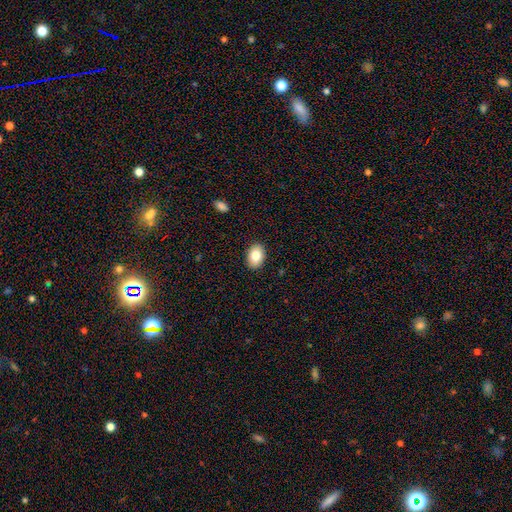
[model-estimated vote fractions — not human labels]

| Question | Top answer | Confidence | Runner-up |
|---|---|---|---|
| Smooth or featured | smooth | 82% | featured or disk (10%) |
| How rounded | in between | 82% | round (17%) |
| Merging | none | 90% | minor disturbance (7%) |